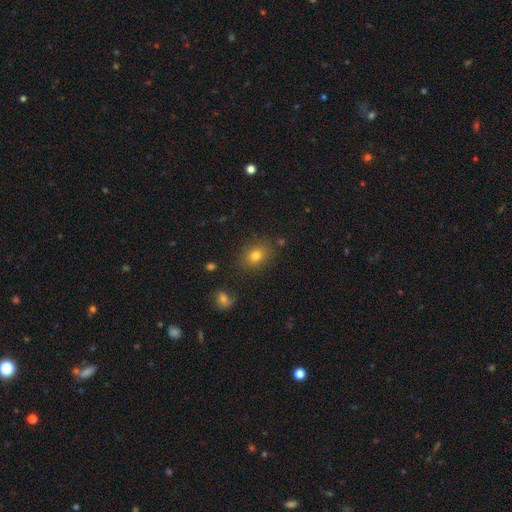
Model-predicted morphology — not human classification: Smooth or featured? Predicted: smooth (p=0.76). How rounded? Predicted: in between (p=0.54). Merging? Predicted: none (p=0.82).